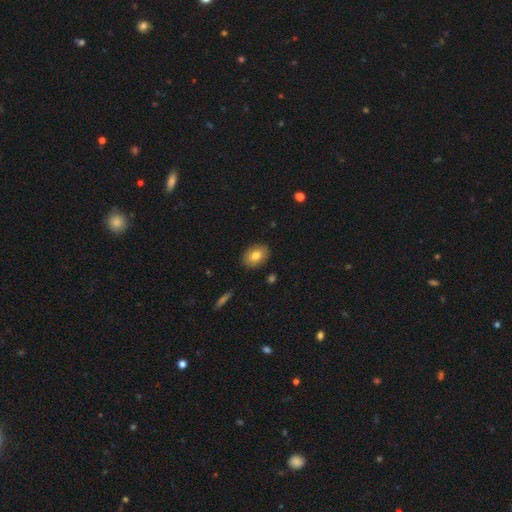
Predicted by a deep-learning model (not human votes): Morphology: type=smooth (78%); roundness=in between (71%); merging=none (88%).